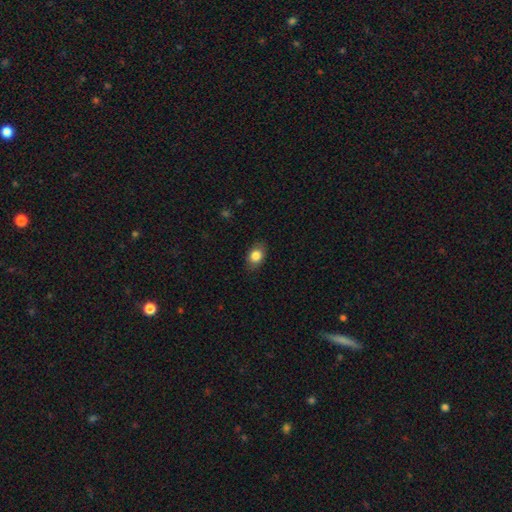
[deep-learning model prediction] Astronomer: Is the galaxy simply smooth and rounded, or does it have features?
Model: smooth — 83%.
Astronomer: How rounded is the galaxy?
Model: in between — 74%.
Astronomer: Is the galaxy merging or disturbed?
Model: none — 83%.